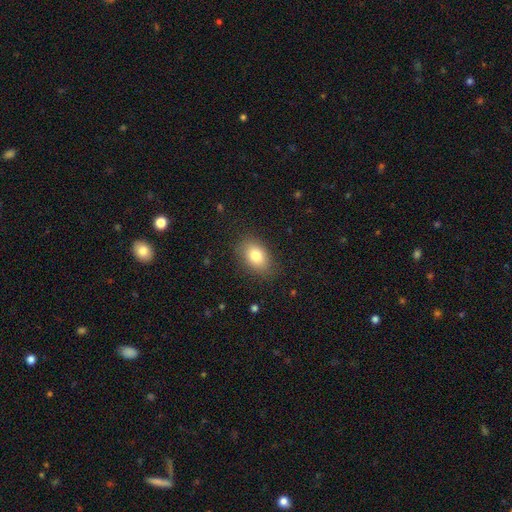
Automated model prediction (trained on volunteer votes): Smooth or featured? Predicted: smooth (p=0.81). How rounded? Predicted: in between (p=0.84). Merging? Predicted: none (p=0.83).